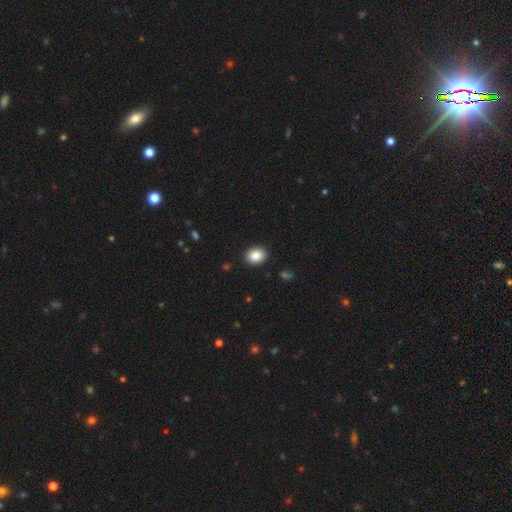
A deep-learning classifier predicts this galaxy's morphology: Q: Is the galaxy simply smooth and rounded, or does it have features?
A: smooth — 87%.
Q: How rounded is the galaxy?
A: in between — 50%.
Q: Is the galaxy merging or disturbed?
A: none — 90%.